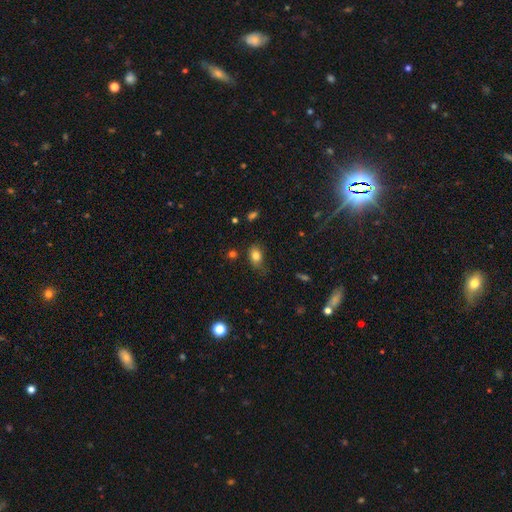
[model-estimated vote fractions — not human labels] Smooth or featured?
  - smooth: 81% *
  - star or artifact: 11%
  - featured or disk: 8%
How rounded?
  - in between: 79% *
  - round: 19%
  - cigar-shaped: 2%
Merging?
  - none: 64% *
  - minor disturbance: 27%
  - major disturbance: 6%
  - merger: 2%